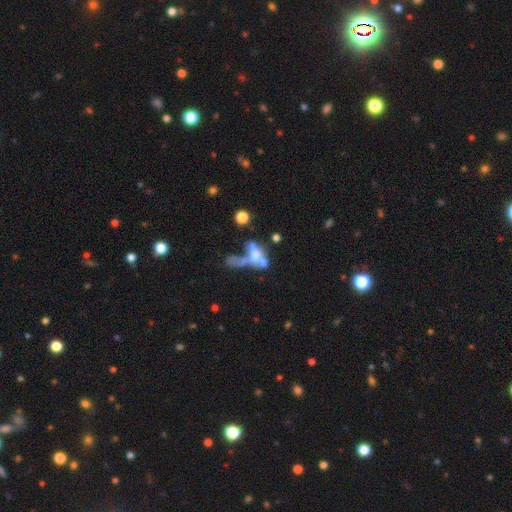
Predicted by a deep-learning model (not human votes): This appears to be a featured or disk galaxy (49%). Merging: merger (43%).